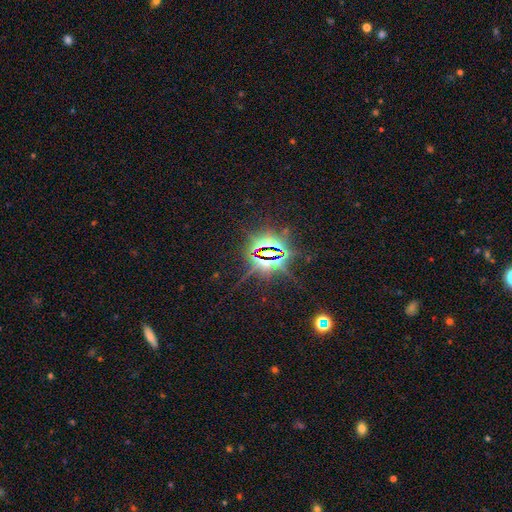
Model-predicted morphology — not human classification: This is clearly a star or artifact rather than a galaxy (85%).